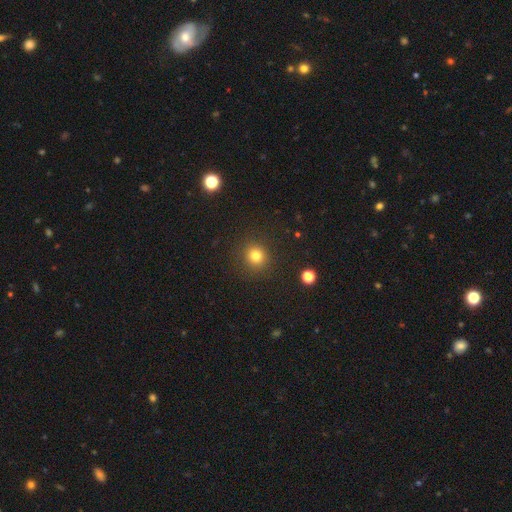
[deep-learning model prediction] This appears to be a smooth galaxy with no disk features (79%) that is round (90%). Merging: none (90%).